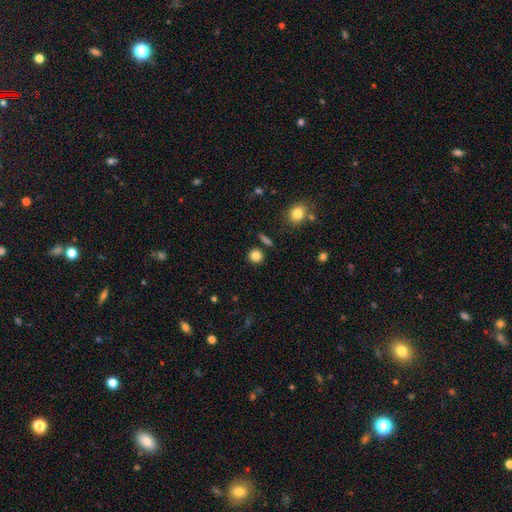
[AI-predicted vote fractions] Smooth or featured? smooth (84%)
How rounded? round (90%)
Merging? none (87%)